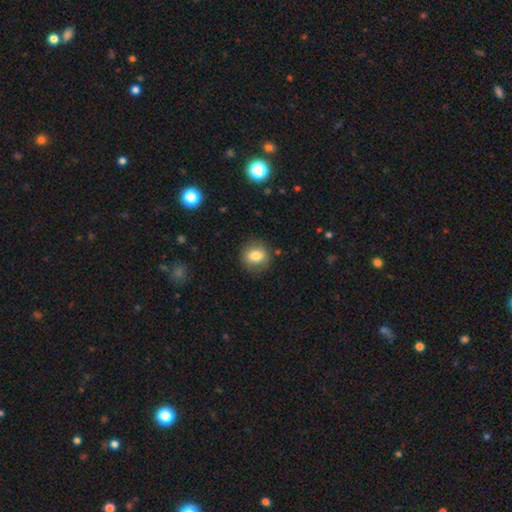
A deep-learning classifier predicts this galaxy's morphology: Smooth or featured?
  - smooth: 78% *
  - featured or disk: 13%
  - star or artifact: 9%
How rounded?
  - round: 78% *
  - in between: 21%
  - cigar-shaped: 1%
Merging?
  - none: 83% *
  - minor disturbance: 12%
  - major disturbance: 4%
  - merger: 1%